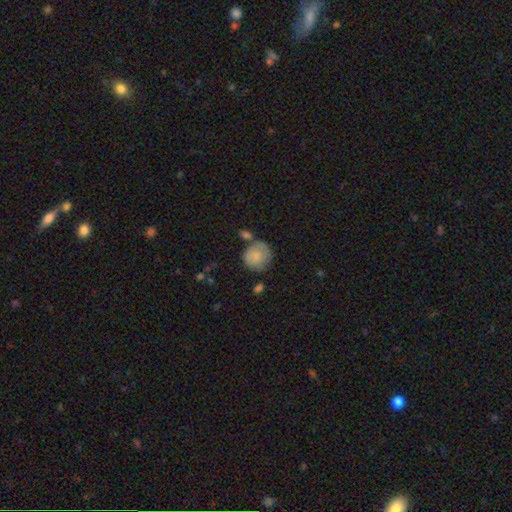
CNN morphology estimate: Smooth or featured? smooth (80%)
How rounded? round (86%)
Merging? none (58%)